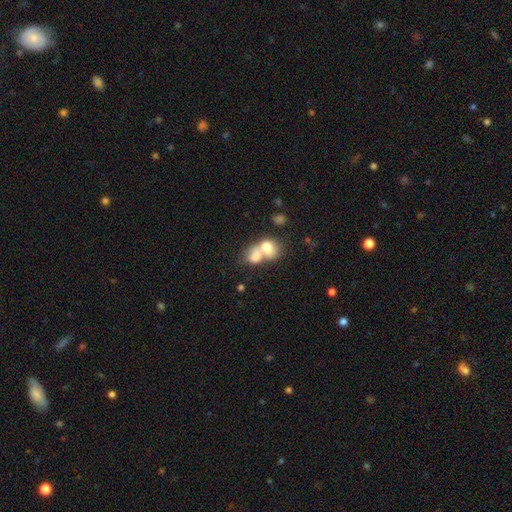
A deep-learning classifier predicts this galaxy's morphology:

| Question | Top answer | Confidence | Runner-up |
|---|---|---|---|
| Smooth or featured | smooth | 72% | featured or disk (19%) |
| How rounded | in between | 56% | round (42%) |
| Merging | merger | 73% | none (16%) |